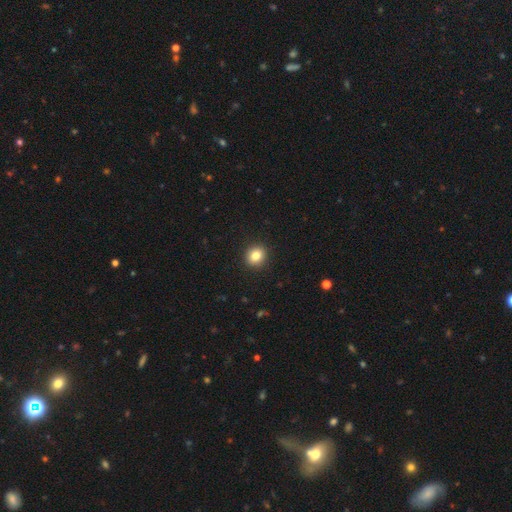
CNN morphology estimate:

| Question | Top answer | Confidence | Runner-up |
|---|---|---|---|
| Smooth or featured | smooth | 84% | star or artifact (10%) |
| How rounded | round | 77% | in between (22%) |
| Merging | none | 91% | minor disturbance (6%) |